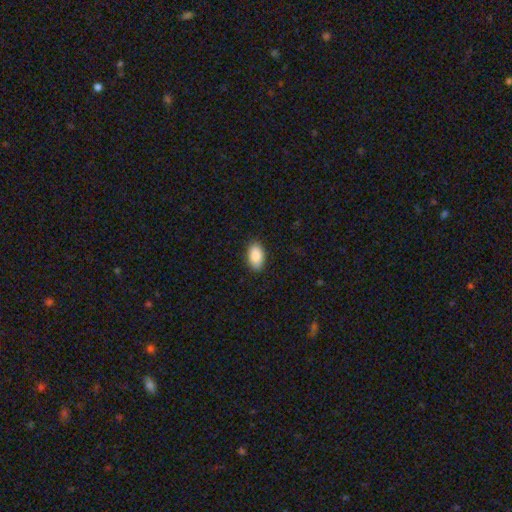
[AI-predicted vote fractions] The model was most divided on "merging": none: 88%, minor disturbance: 9%, major disturbance: 2%, merger: 1%. More confident: how rounded — in between (94%); smooth or featured — smooth (89%).